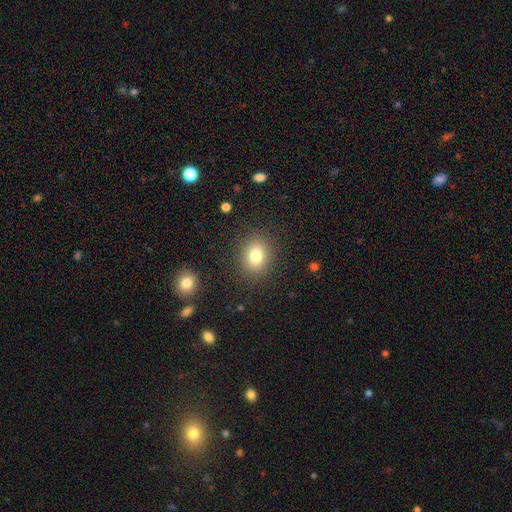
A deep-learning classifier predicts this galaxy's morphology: This is clearly a smooth galaxy (80%). How rounded: possibly round (54%). Merging: clearly none (86%).